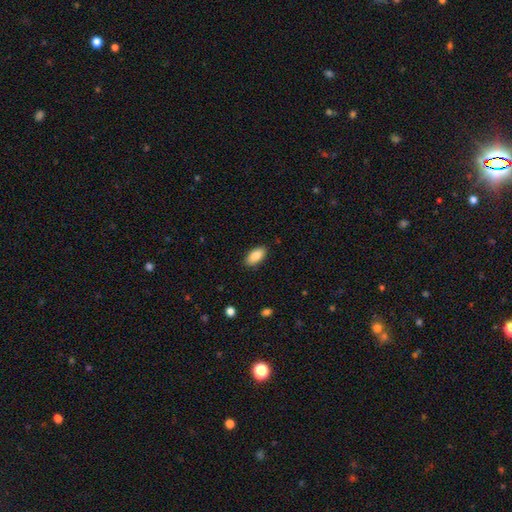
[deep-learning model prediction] A smooth galaxy with no disk features (87%) that is in between round and cigar-shaped (91%). Merging: none (88%).